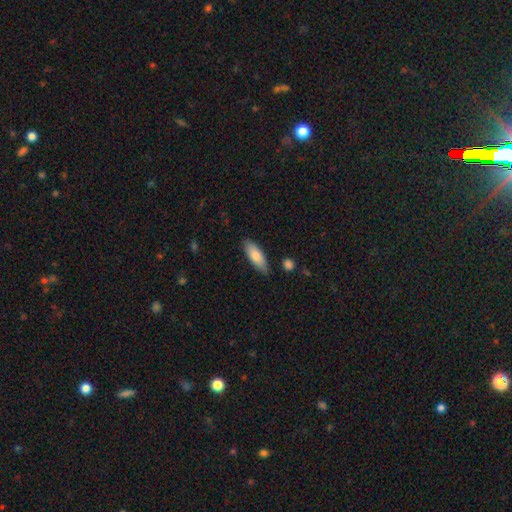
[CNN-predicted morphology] smooth-or-featured: smooth: 79% | featured or disk: 15% | star or artifact: 6%
  how-rounded: in between: 70% | cigar-shaped: 28% | round: 2%
  merging: none: 79% | minor disturbance: 16% | major disturbance: 3% | merger: 2%